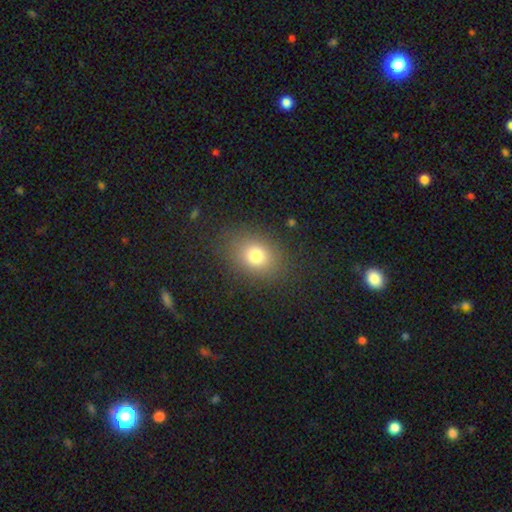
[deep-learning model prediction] This appears to be a smooth galaxy with no disk features (77%) that is in between round and cigar-shaped (61%). Merging: none (82%).